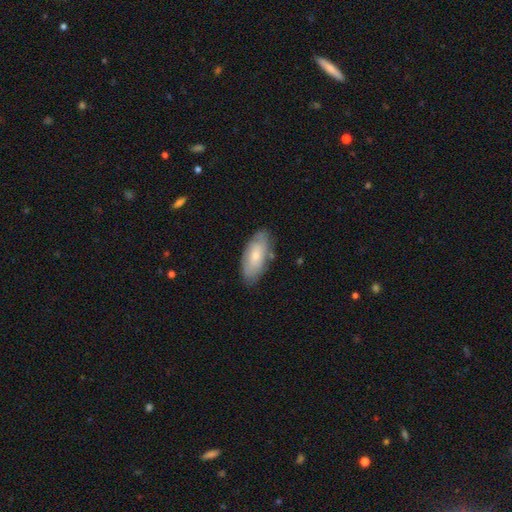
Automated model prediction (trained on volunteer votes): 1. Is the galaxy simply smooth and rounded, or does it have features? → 61% smooth, 33% featured or disk, 6% star or artifact.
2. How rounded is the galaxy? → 88% in between, 10% cigar-shaped, 2% round.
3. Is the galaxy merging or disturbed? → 76% none, 18% minor disturbance, 4% major disturbance, 2% merger.